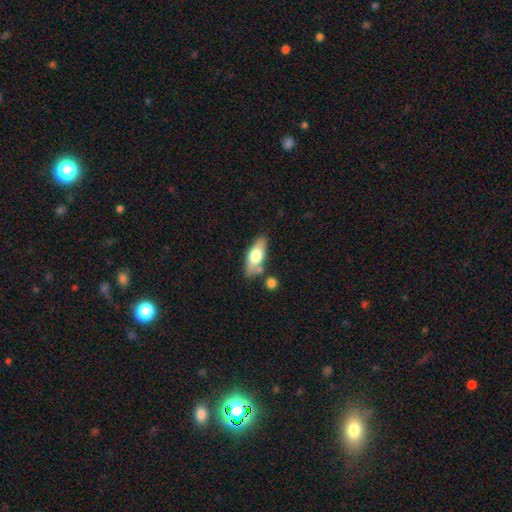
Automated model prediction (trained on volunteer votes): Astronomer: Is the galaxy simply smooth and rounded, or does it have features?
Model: smooth — 62%.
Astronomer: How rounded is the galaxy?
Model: in between — 74%.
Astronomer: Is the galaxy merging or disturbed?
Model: none — 70%.